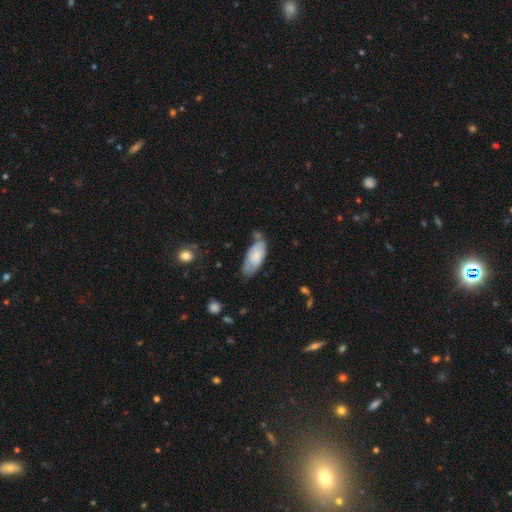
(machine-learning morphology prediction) smooth 67%, featured or disk 27%, star or artifact 6%. Down the decision tree: how rounded — in between (87%); merging — none (52%).